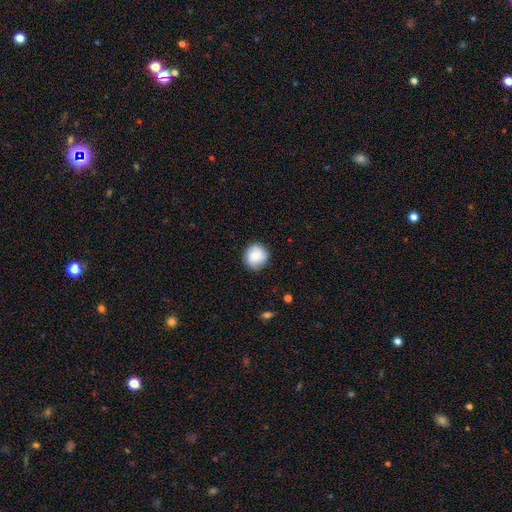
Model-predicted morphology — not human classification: smooth 81%, featured or disk 11%, star or artifact 7%. Down the decision tree: how rounded — round (92%); merging — none (87%).